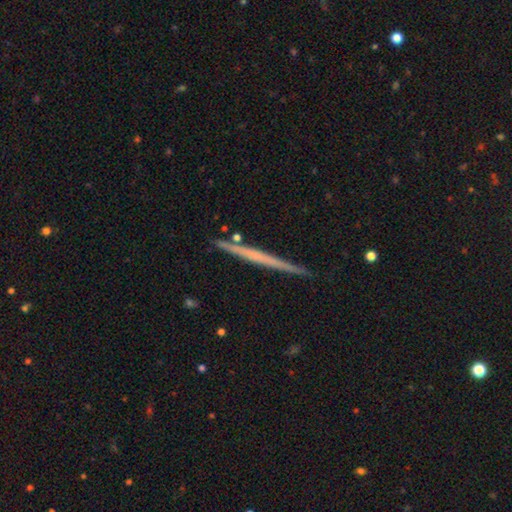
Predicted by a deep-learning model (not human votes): Morphology: type=featured or disk (60%); edge-on=yes (98%); edge-on bulge=none (87%); merging=none (90%).